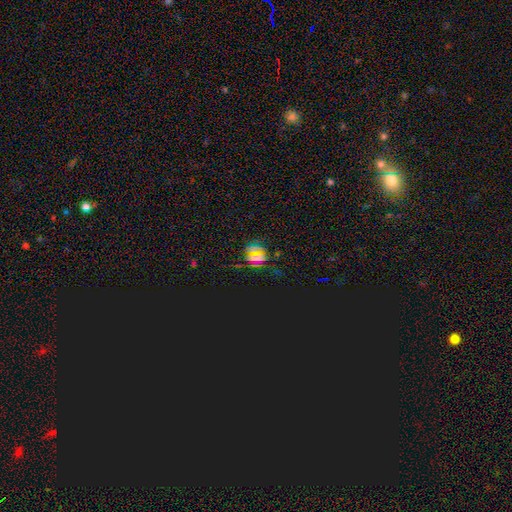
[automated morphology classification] smooth-or-featured: star or artifact: 55% | smooth: 33% | featured or disk: 12%